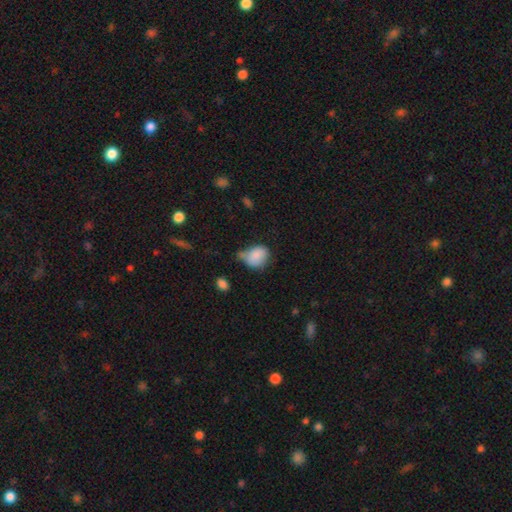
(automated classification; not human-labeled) Smooth or featured? Predicted: smooth (p=0.84). How rounded? Predicted: in between (p=0.57). Merging? Predicted: none (p=0.39).